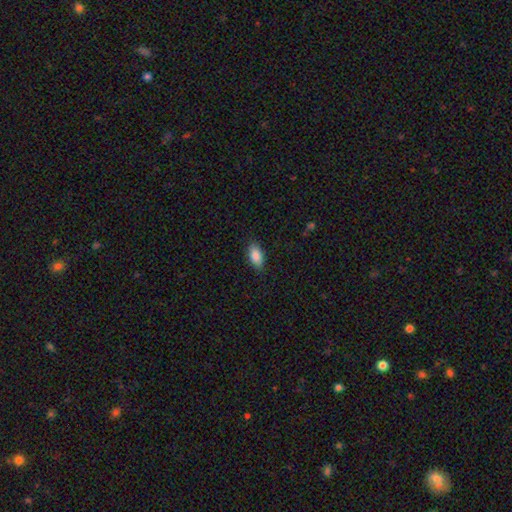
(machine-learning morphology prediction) Smooth or featured? Predicted: smooth (p=0.88). How rounded? Predicted: in between (p=0.91). Merging? Predicted: none (p=0.87).